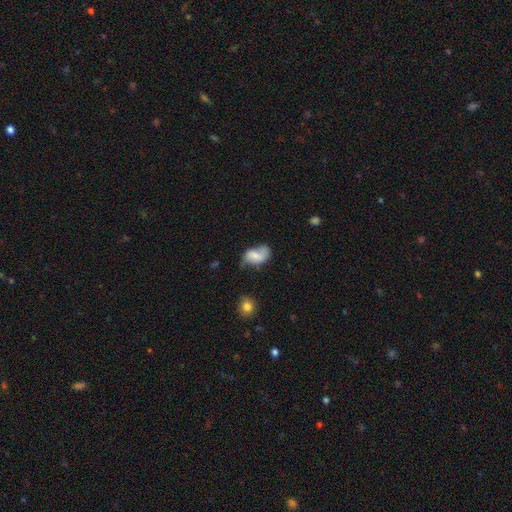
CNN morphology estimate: Overall: smooth (56%; featured or disk 36%). How rounded: in between (88%). Merging: none (42%; minor disturbance 35%).